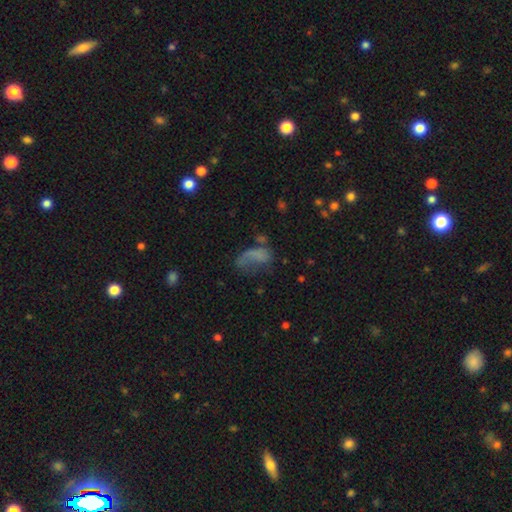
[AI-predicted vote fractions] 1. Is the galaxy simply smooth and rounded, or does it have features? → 53% smooth, 30% featured or disk, 17% star or artifact.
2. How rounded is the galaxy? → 84% in between, 11% round, 6% cigar-shaped.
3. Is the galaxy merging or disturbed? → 45% major disturbance, 27% none, 20% minor disturbance, 8% merger.